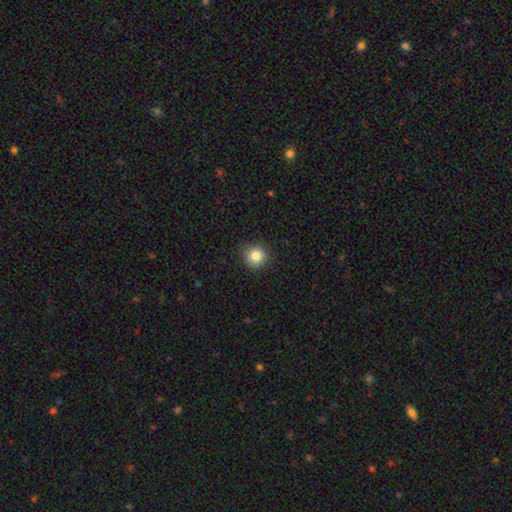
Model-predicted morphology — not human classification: This is clearly a smooth galaxy (83%). How rounded: clearly round (93%). Merging: clearly none (89%).